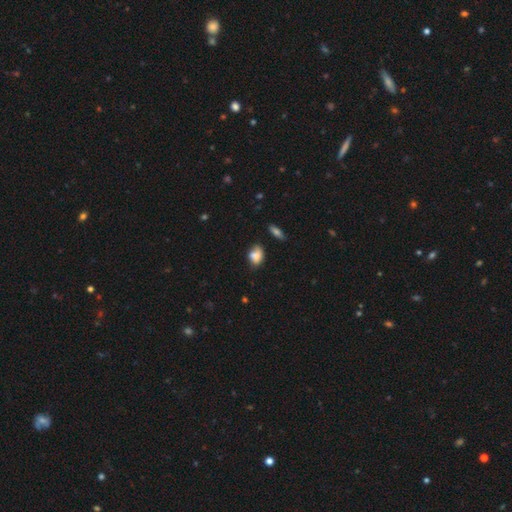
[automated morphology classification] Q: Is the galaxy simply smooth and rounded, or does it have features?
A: smooth — 79%.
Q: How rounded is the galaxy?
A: in between — 71%.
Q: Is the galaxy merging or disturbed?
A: none — 49%.